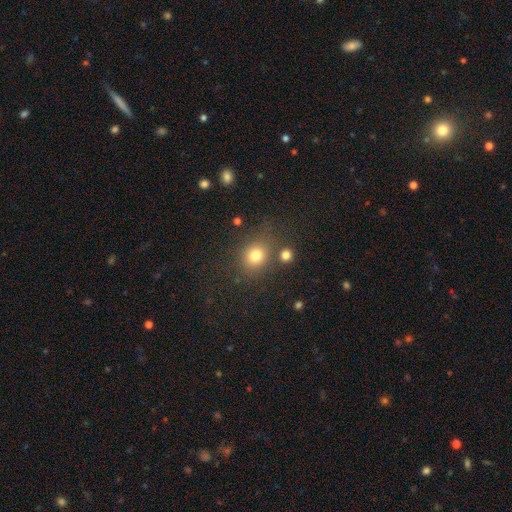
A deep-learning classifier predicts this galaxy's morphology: smooth_or_featured: smooth (p=0.77) [alt: star or artifact p=0.15]
how_rounded: round (p=0.72) [alt: in between p=0.27]
merging: none (p=0.71) [alt: minor disturbance p=0.13]